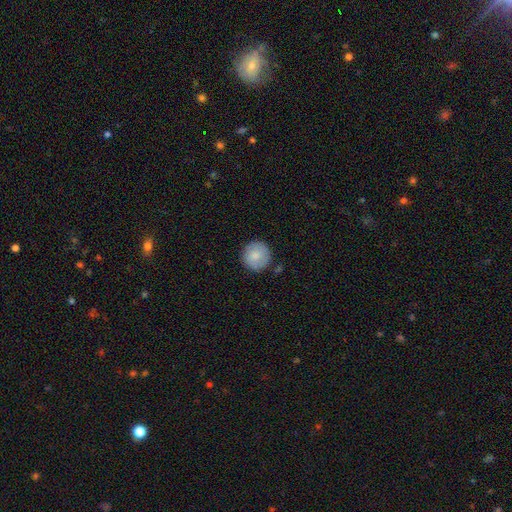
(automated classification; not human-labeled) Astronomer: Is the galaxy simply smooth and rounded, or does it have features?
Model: smooth — 81%.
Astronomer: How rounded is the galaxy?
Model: round — 95%.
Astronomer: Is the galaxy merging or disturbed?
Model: none — 87%.